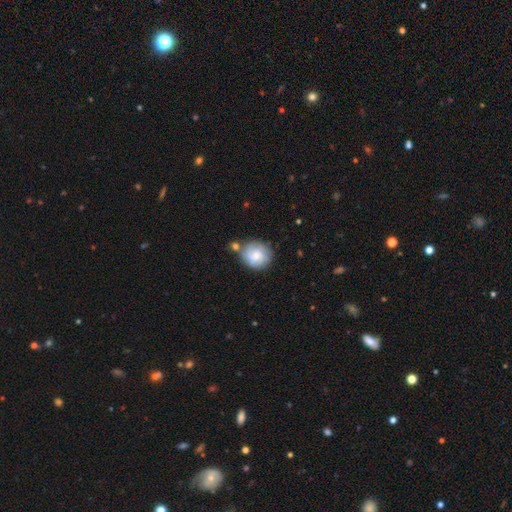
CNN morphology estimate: smooth_or_featured: smooth (p=0.60) [alt: featured or disk p=0.32]
how_rounded: round (p=0.81) [alt: in between p=0.18]
merging: none (p=0.63) [alt: minor disturbance p=0.19]